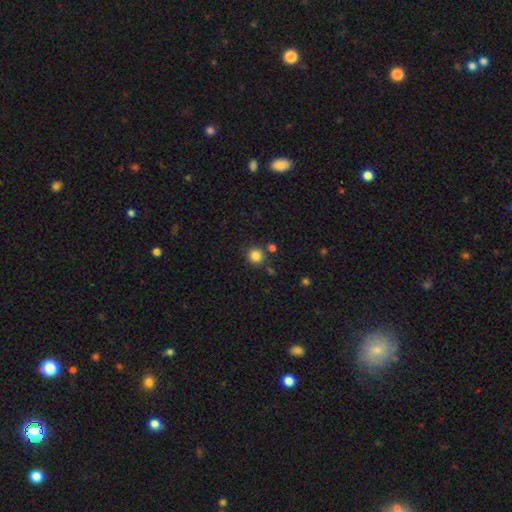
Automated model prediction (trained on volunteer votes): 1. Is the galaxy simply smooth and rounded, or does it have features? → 84% smooth, 12% star or artifact, 4% featured or disk.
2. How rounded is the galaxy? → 93% round, 6% in between, 1% cigar-shaped.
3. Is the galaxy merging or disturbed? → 82% none, 8% merger, 7% minor disturbance, 3% major disturbance.